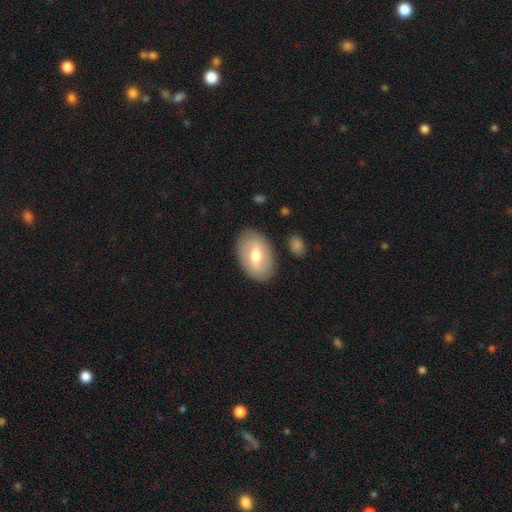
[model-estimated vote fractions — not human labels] A featured or disk galaxy (48%). Merging: none (84%).